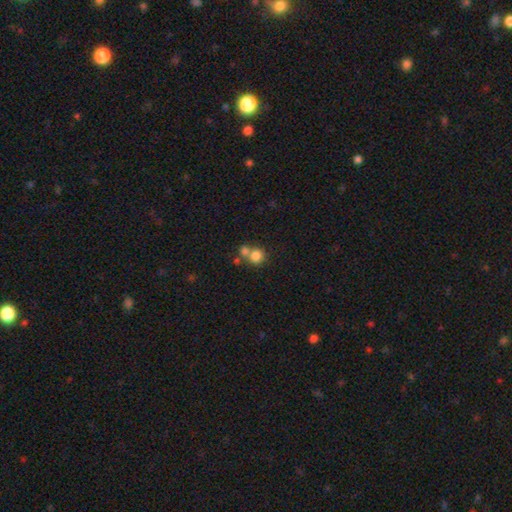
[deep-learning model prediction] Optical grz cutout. It shows a smooth galaxy with no disk features (79%) that is round (85%). Merging: none (45%).